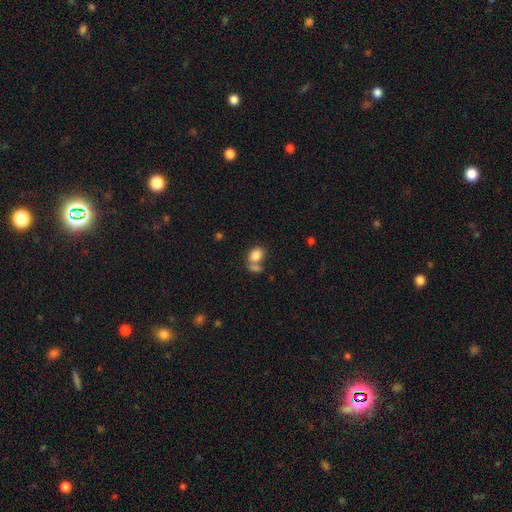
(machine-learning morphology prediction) This appears to be a smooth galaxy with no disk features (83%) that is in between round and cigar-shaped (65%). Merging: none (42%, tied with merger).